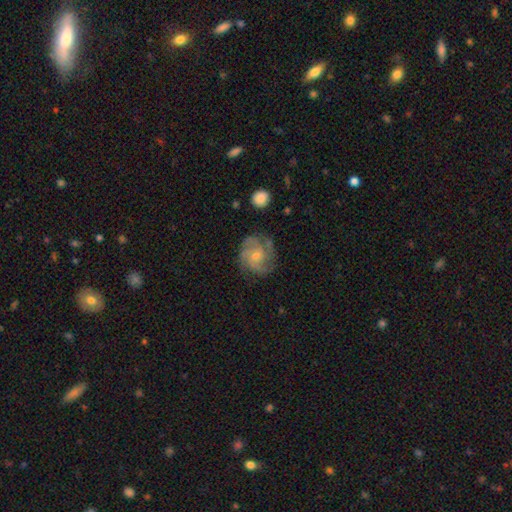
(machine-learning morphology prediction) Smooth or featured: featured or disk — 77% (smooth — 16%)
Edge-on disk: no — 98% (yes — 2%)
Bar: no — 73% (weak — 24%)
Spiral arms: yes — 94% (no — 6%)
Spiral winding: tight — 47% (medium — 42%)
Spiral arm count: 3 — 40% (can't tell — 19%)
Bulge size: small — 58% (moderate — 37%)
Merging: none — 75% (minor disturbance — 17%)